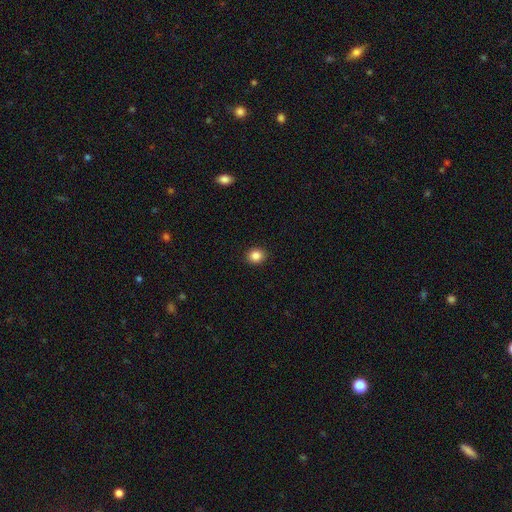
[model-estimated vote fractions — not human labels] Smooth or featured? Predicted: smooth (p=0.86). How rounded? Predicted: round (p=0.73). Merging? Predicted: none (p=0.91).